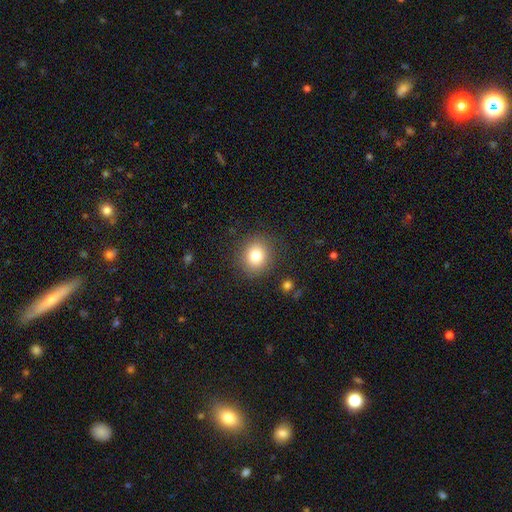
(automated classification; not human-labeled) Smooth or featured? smooth (79%)
How rounded? round (81%)
Merging? none (88%)